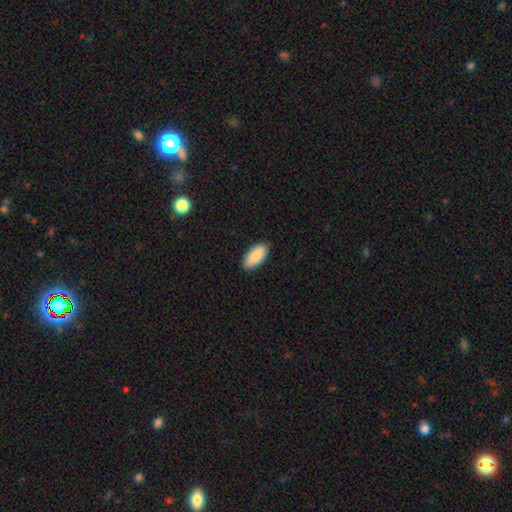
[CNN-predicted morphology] Smooth or featured? smooth (87%)
How rounded? in between (94%)
Merging? none (88%)